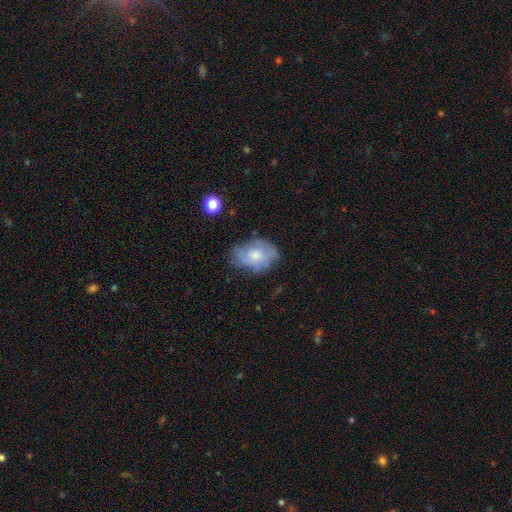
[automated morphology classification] The model was most divided on "smooth or featured": smooth: 49%, featured or disk: 43%, star or artifact: 8%. More confident: merging — none (54%).